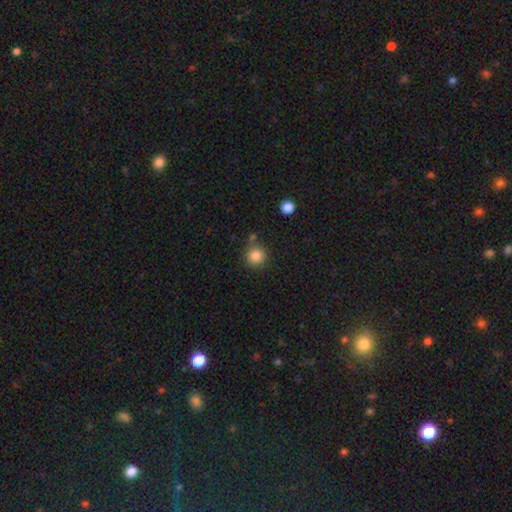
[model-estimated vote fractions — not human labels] smooth-or-featured: smooth: 85% | star or artifact: 11% | featured or disk: 5%
  how-rounded: round: 93% | in between: 6% | cigar-shaped: 1%
  merging: none: 76% | minor disturbance: 11% | merger: 10% | major disturbance: 4%